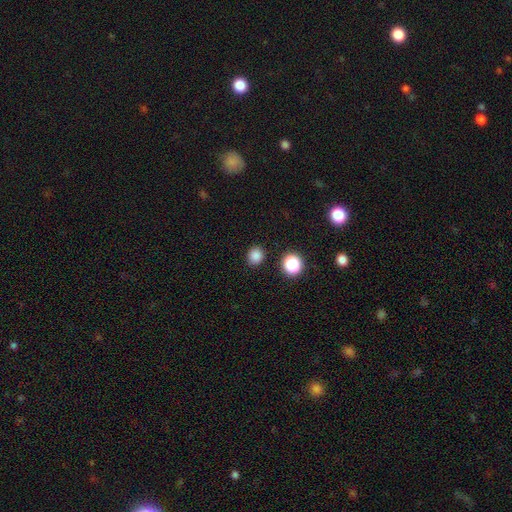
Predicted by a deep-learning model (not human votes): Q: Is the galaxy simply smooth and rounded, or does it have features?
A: smooth — 83%.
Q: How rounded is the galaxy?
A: round — 76%.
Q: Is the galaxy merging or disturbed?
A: none — 89%.